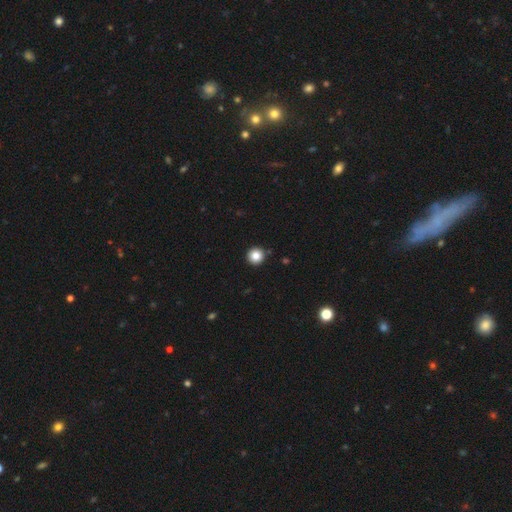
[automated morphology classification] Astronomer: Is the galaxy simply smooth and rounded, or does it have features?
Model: smooth — 85%.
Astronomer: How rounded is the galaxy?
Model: round — 96%.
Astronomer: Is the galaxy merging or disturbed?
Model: none — 92%.